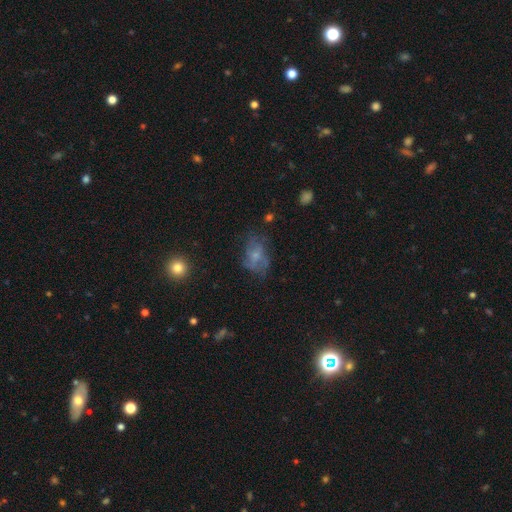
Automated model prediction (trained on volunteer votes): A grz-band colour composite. It shows a smooth galaxy with no disk features (44%). Merging: none (47%).